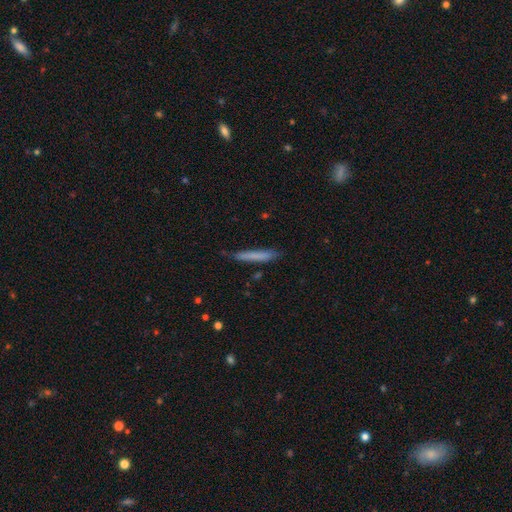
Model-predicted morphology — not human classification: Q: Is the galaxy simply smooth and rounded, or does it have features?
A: smooth — 73%.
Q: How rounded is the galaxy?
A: cigar-shaped — 95%.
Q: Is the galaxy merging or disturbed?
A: none — 80%.